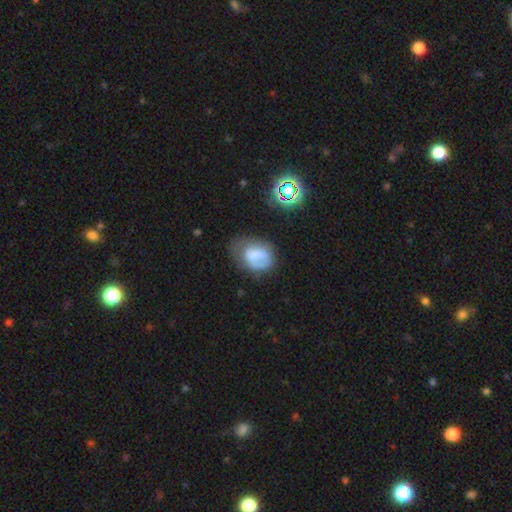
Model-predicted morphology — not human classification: Smooth or featured: smooth — 58% (featured or disk — 31%)
How rounded: in between — 63% (round — 36%)
Merging: none — 39% (minor disturbance — 31%)